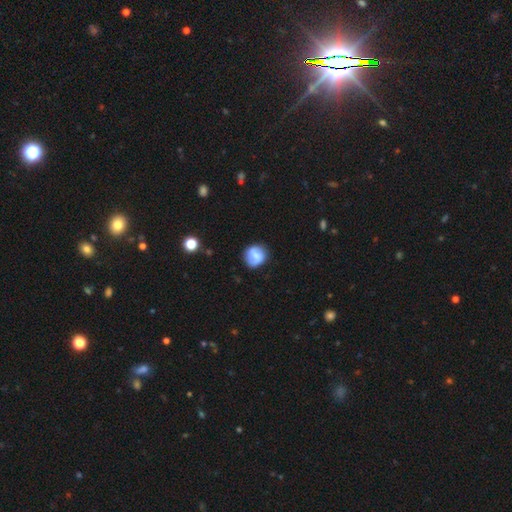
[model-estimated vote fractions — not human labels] Smooth or featured? Predicted: smooth (p=0.49). Merging? Predicted: none (p=0.75).